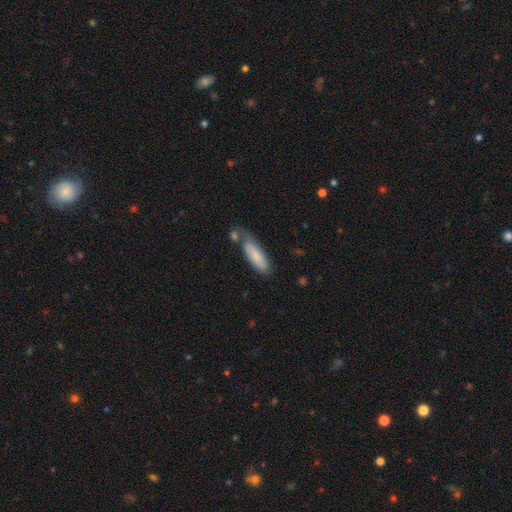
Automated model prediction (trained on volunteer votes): Smooth or featured? Predicted: smooth (p=0.78). How rounded? Predicted: cigar-shaped (p=0.54). Merging? Predicted: none (p=0.51).